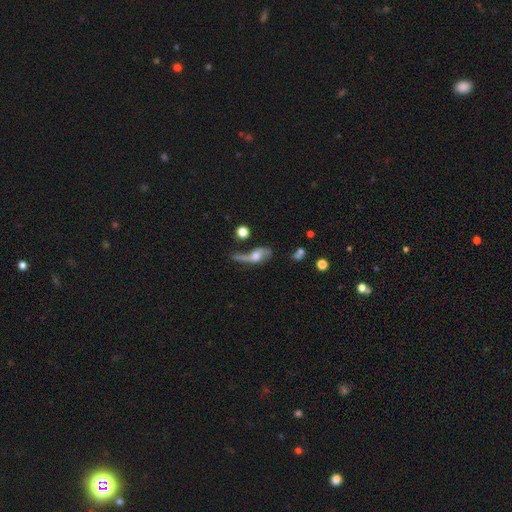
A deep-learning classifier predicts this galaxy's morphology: Smooth or featured?
  - featured or disk: 58% *
  - smooth: 30%
  - star or artifact: 11%
Edge-on disk?
  - no: 74% *
  - yes: 26%
Merging?
  - major disturbance: 35% *
  - none: 29%
  - minor disturbance: 20%
  - merger: 16%